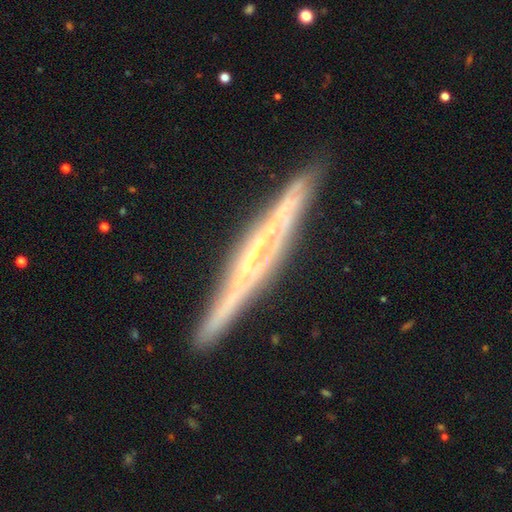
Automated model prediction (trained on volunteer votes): Morphology: type=featured or disk (81%); edge-on=yes (95%); edge-on bulge=none (54%); merging=none (86%).